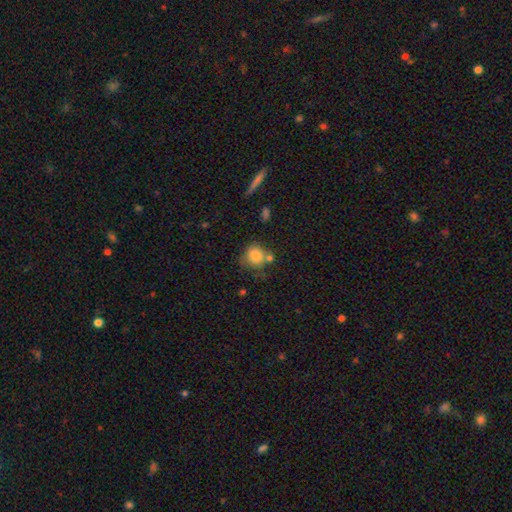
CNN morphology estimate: This is clearly a smooth galaxy (83%). How rounded: likely round (79%). Merging: possibly none (57%).